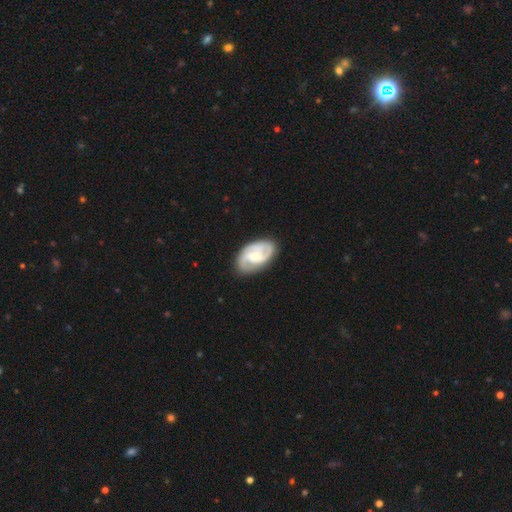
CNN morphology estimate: type=featured or disk (80%); edge-on=no (97%); bar=weak (48%); spiral arms=yes (95%); winding=medium (48%); arm count=2 (64%); bulge=small (46%); merging=none (79%).